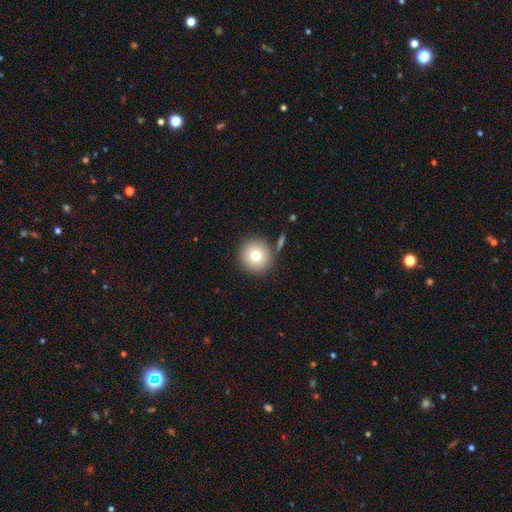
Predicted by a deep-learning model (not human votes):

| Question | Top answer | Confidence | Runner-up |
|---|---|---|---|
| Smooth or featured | smooth | 77% | featured or disk (12%) |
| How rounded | round | 95% | in between (4%) |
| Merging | none | 84% | minor disturbance (7%) |